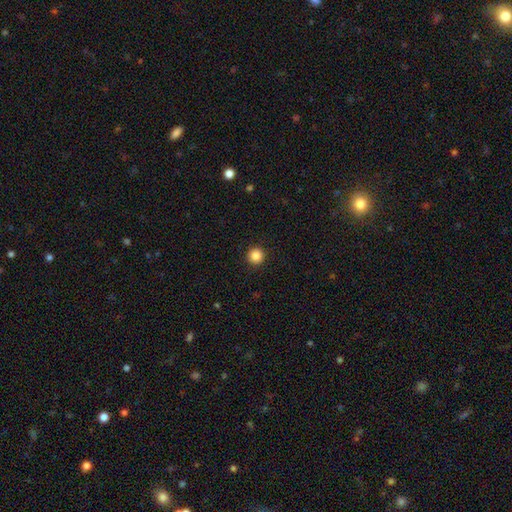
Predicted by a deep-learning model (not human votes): A smooth galaxy with no disk features (86%) that is round (96%).

Vote fractions:
- Smooth or featured? smooth: 86% / star or artifact: 11% / featured or disk: 4%
- How rounded? round: 96% / in between: 3% / cigar-shaped: 1%
- Merging? none: 93% / minor disturbance: 4% / major disturbance: 2% / merger: 1%